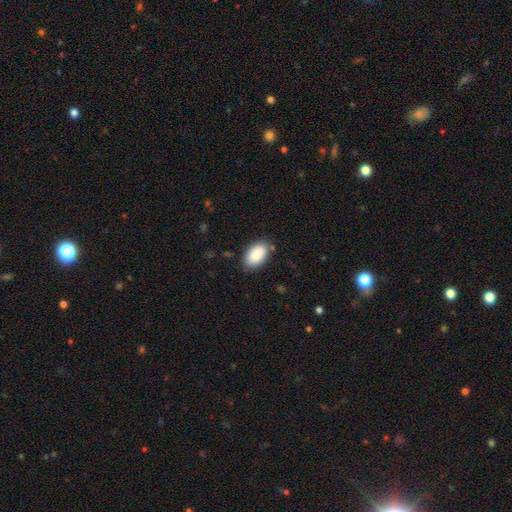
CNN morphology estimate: This appears to be a smooth galaxy with no disk features (88%) that is in between round and cigar-shaped (94%). Merging: none (82%).